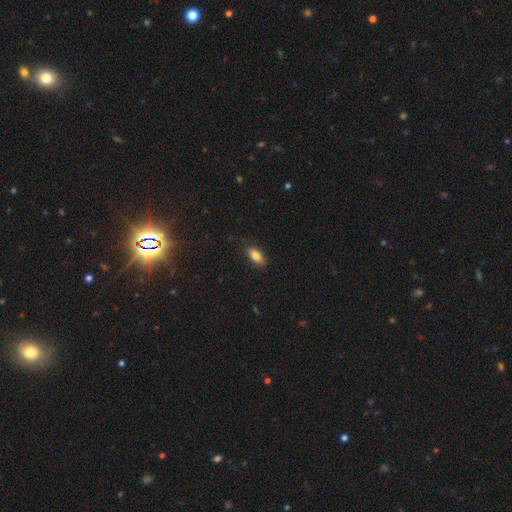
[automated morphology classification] A smooth galaxy with no disk features (84%) that is in between round and cigar-shaped (88%). Merging: none (86%).